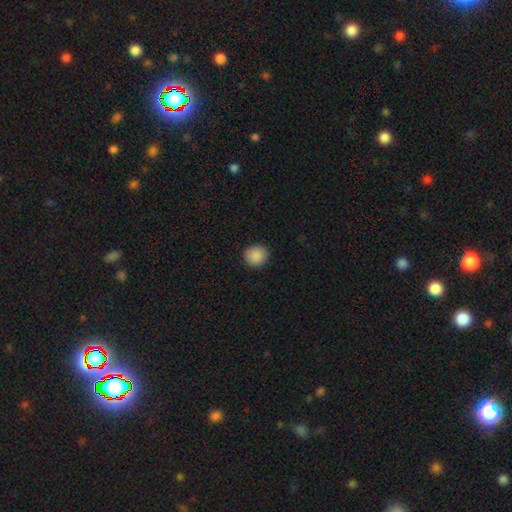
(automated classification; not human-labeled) A smooth galaxy with no disk features (89%) that is round (87%).

Vote fractions:
- Smooth or featured? smooth: 89% / star or artifact: 8% / featured or disk: 3%
- How rounded? round: 87% / in between: 12% / cigar-shaped: 1%
- Merging? none: 89% / minor disturbance: 8% / major disturbance: 2% / merger: 1%